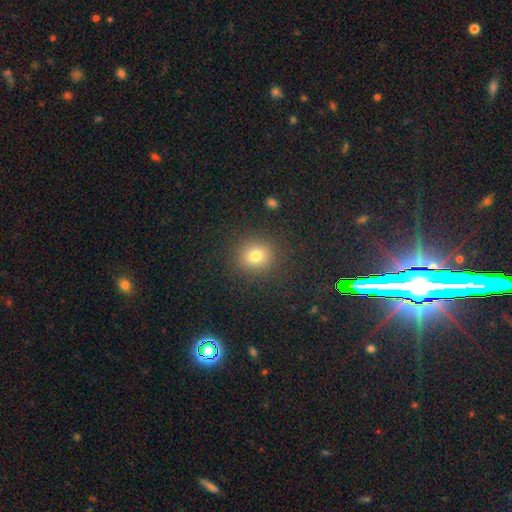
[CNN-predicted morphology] The model was most divided on "smooth or featured": smooth: 77%, star or artifact: 15%, featured or disk: 8%. More confident: merging — none (89%); how rounded — round (83%).